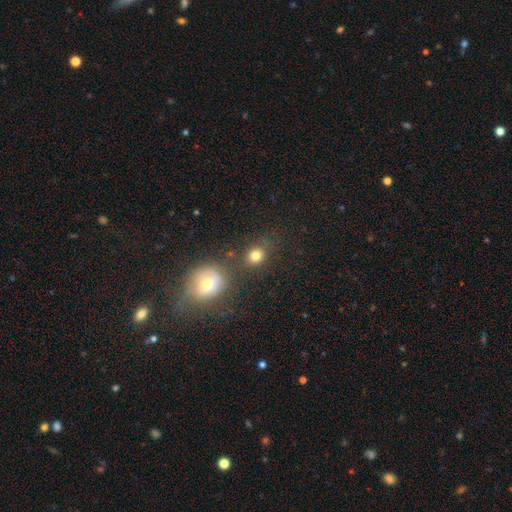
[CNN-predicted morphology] This appears to be a smooth galaxy with no disk features (80%) that is round (67%). Merging: none (71%).